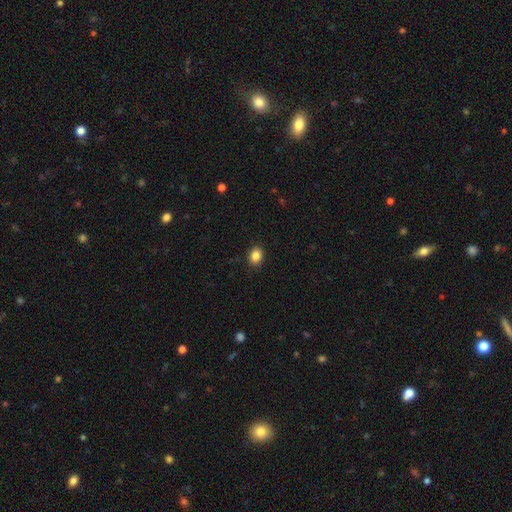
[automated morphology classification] The model was most divided on "how rounded": in between: 54%, round: 45%, cigar-shaped: 1%. More confident: merging — none (89%); smooth or featured — smooth (86%).